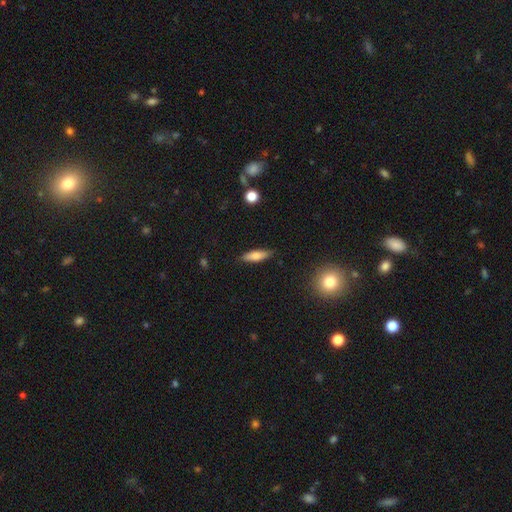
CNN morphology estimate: A smooth galaxy with no disk features (72%) that is cigar-shaped (58%).

Vote fractions:
- Smooth or featured? smooth: 72% / featured or disk: 21% / star or artifact: 7%
- How rounded? cigar-shaped: 58% / in between: 40% / round: 2%
- Merging? none: 86% / minor disturbance: 10% / major disturbance: 2% / merger: 1%